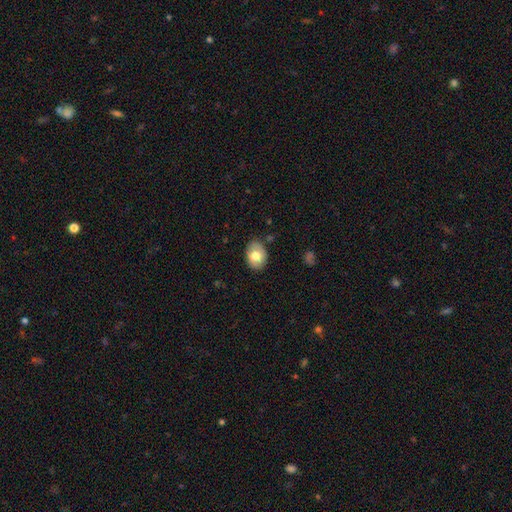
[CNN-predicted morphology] This appears to be a smooth galaxy with no disk features (73%) that is in between round and cigar-shaped (71%). Merging: none (83%).